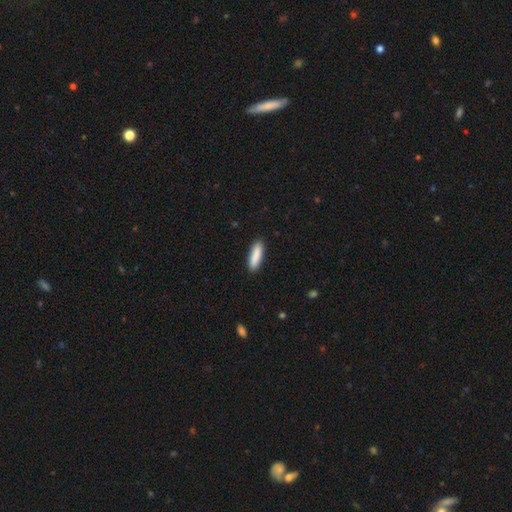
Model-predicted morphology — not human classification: smooth 89%, star or artifact 6%, featured or disk 5%. Down the decision tree: how rounded — cigar-shaped (59%); merging — none (89%).